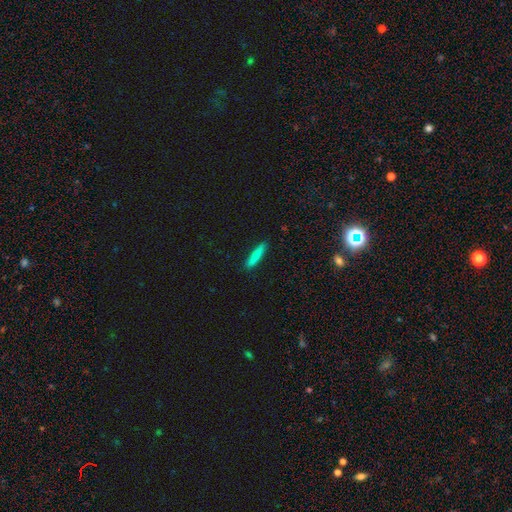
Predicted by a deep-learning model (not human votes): smooth_or_featured: smooth (p=0.78) [alt: featured or disk p=0.16]
how_rounded: cigar-shaped (p=0.90) [alt: in between p=0.09]
merging: none (p=0.89) [alt: minor disturbance p=0.08]